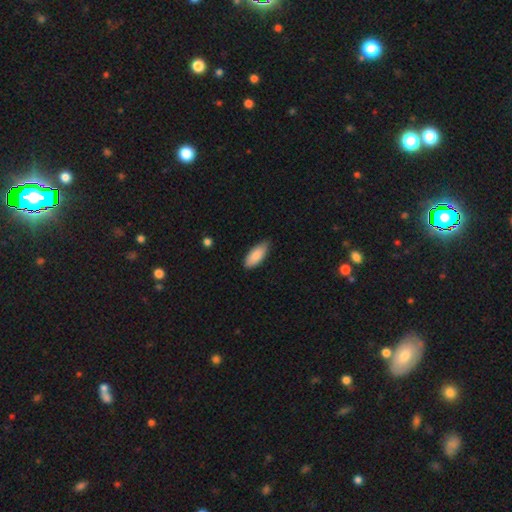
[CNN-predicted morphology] Smooth or featured? Predicted: smooth (p=0.87). How rounded? Predicted: in between (p=0.82). Merging? Predicted: none (p=0.74).